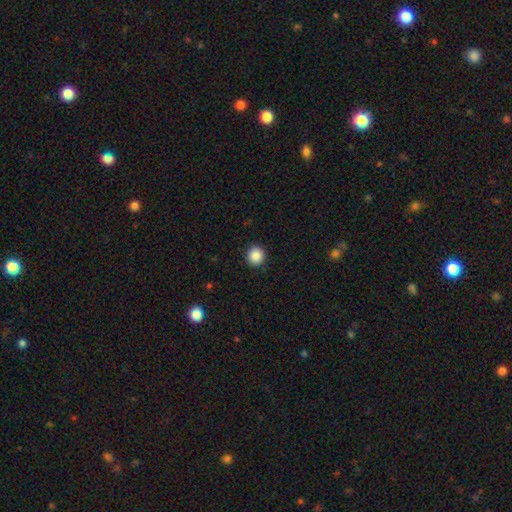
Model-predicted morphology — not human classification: type=smooth (87%); roundness=round (92%); merging=none (92%).